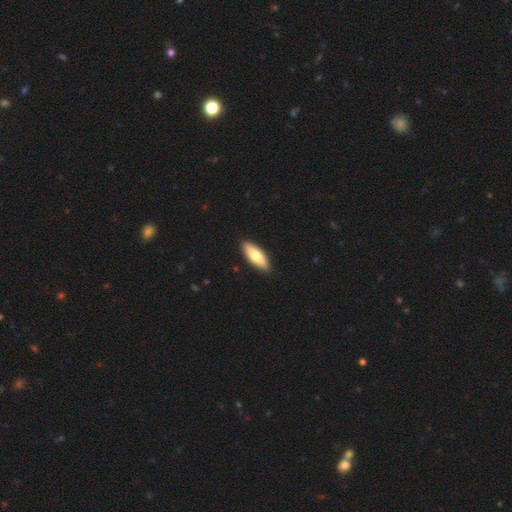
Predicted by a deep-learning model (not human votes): A smooth galaxy with no disk features (73%) that is in between round and cigar-shaped (72%).

Vote fractions:
- Smooth or featured? smooth: 73% / featured or disk: 22% / star or artifact: 5%
- How rounded? in between: 72% / cigar-shaped: 26% / round: 2%
- Merging? none: 90% / minor disturbance: 8% / major disturbance: 1% / merger: 1%